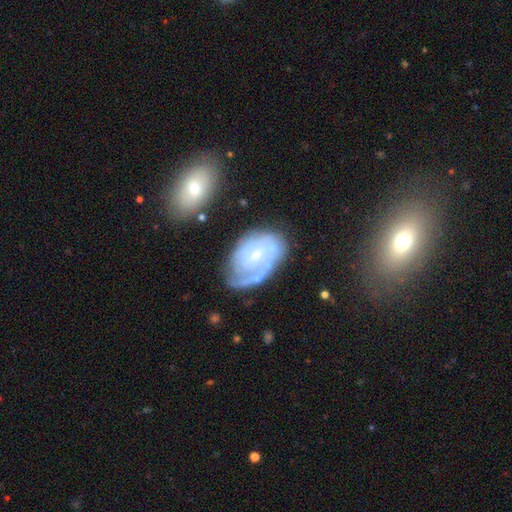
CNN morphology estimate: Smooth or featured: featured or disk — 76% (smooth — 18%)
Edge-on disk: no — 97% (yes — 3%)
Bar: no — 53% (weak — 39%)
Spiral arms: yes — 84% (no — 16%)
Spiral winding: tight — 53% (medium — 34%)
Spiral arm count: can't tell — 33% (tied with 2 — 33%)
Bulge size: small — 68% (moderate — 23%)
Merging: none — 51% (minor disturbance — 25%)